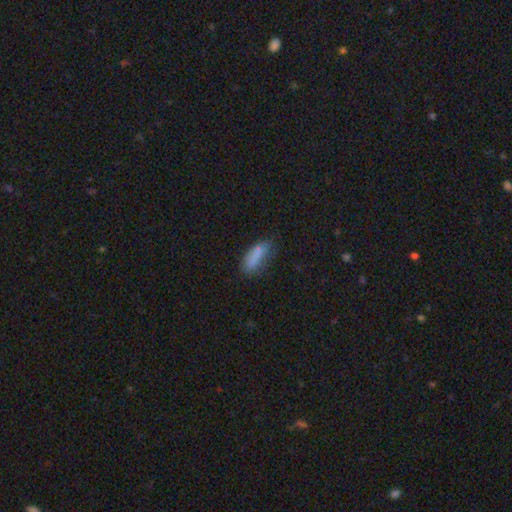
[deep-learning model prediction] smooth-or-featured: smooth: 82% | star or artifact: 9% | featured or disk: 9%
  how-rounded: in between: 60% | cigar-shaped: 38% | round: 2%
  merging: none: 57% | minor disturbance: 30% | major disturbance: 10% | merger: 3%